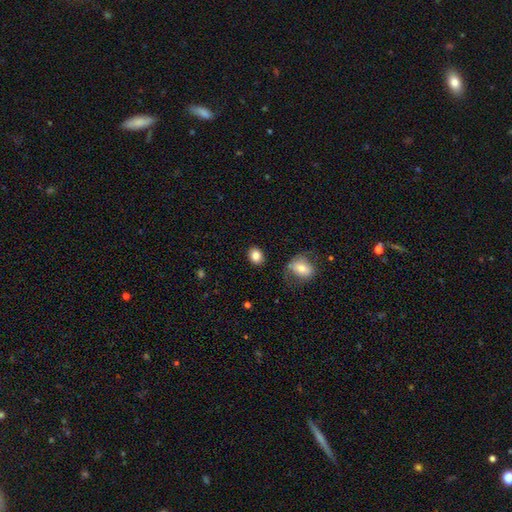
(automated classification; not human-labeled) Q: Smooth or featured?
A: smooth (84%); runner-up: star or artifact (9%)
Q: How rounded?
A: in between (50%); runner-up: round (49%)
Q: Merging?
A: none (85%); runner-up: minor disturbance (9%)